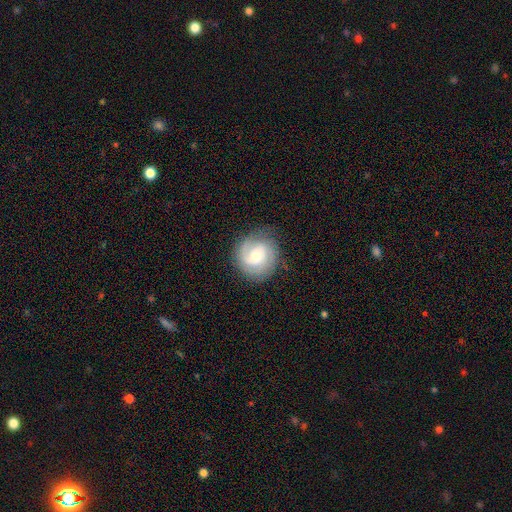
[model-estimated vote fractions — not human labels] A featured or disk galaxy (67%) with no bar (59%), 2 (46%) tight (51%) spiral arms (92%) and a moderate central bulge (52%).

Vote fractions:
- Smooth or featured? featured or disk: 67% / smooth: 26% / star or artifact: 7%
- Edge-on disk? no: 98% / yes: 2%
- Bar? no: 59% / weak: 35% / strong: 6%
- Spiral arms? yes: 92% / no: 8%
- Spiral winding? tight: 51% / medium: 37% / loose: 12%
- Spiral arm count? 2: 46% / can't tell: 23% / 3: 16% / 1: 7% / 4: 4% / more than 4: 3%
- Bulge size? moderate: 52% / small: 41% / large: 4% / none: 1% / dominant: 1%
- Merging? none: 80% / minor disturbance: 14% / major disturbance: 5% / merger: 1%